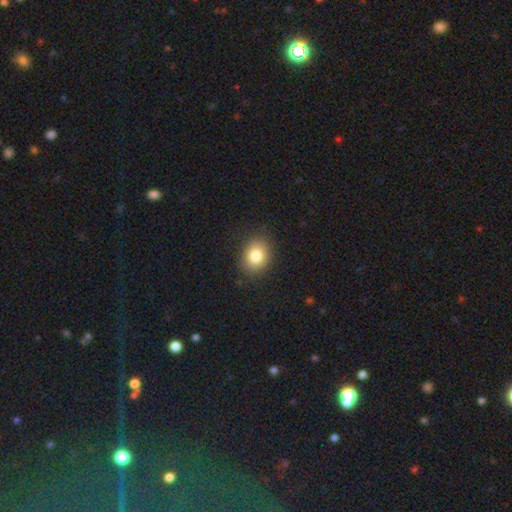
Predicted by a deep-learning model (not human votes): Smooth or featured? Predicted: smooth (p=0.82). How rounded? Predicted: round (p=0.51). Merging? Predicted: none (p=0.85).